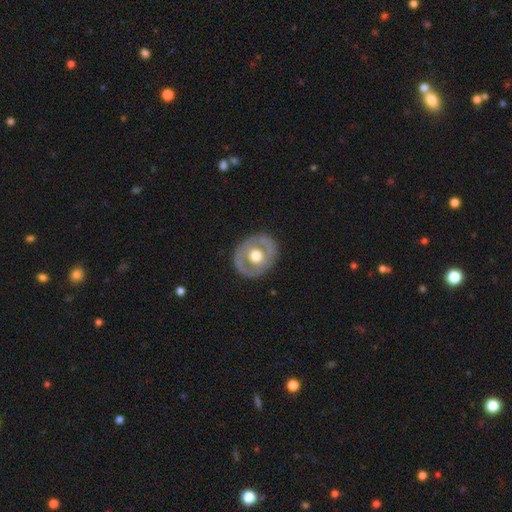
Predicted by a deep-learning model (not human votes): Smooth or featured?
  - featured or disk: 58% *
  - smooth: 37%
  - star or artifact: 5%
Edge-on disk?
  - no: 94% *
  - yes: 6%
Bar?
  - no: 84% *
  - weak: 12%
  - strong: 4%
Spiral arms?
  - no: 82% *
  - yes: 18%
Bulge size?
  - moderate: 63% *
  - large: 31%
  - small: 3%
  - dominant: 2%
  - none: 1%
Merging?
  - none: 82% *
  - minor disturbance: 12%
  - major disturbance: 5%
  - merger: 1%